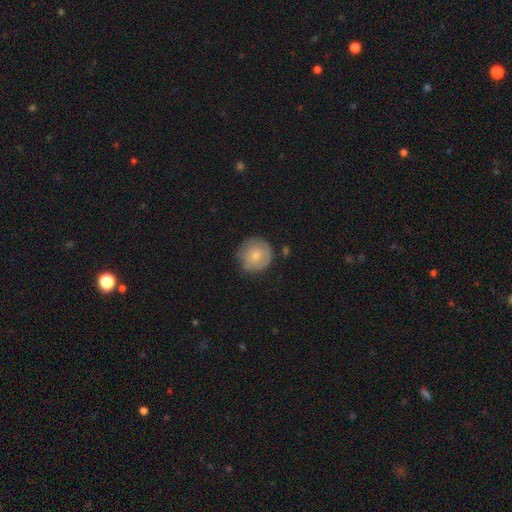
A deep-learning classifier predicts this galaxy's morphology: A smooth galaxy with no disk features (72%) that is round (94%).

Vote fractions:
- Smooth or featured? smooth: 72% / featured or disk: 22% / star or artifact: 7%
- How rounded? round: 94% / in between: 5% / cigar-shaped: 1%
- Merging? none: 72% / minor disturbance: 21% / major disturbance: 5% / merger: 2%